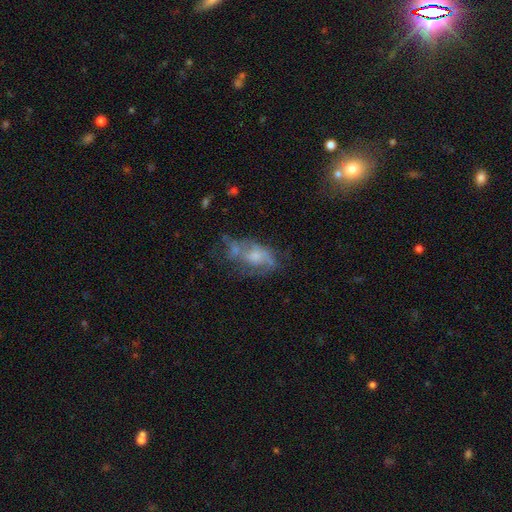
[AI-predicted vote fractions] Smooth or featured? featured or disk (58%)
Edge-on disk? no (94%)
Bar? no (77%)
Spiral arms? no (54%)
Bulge size? moderate (42%)
Merging? none (36%)